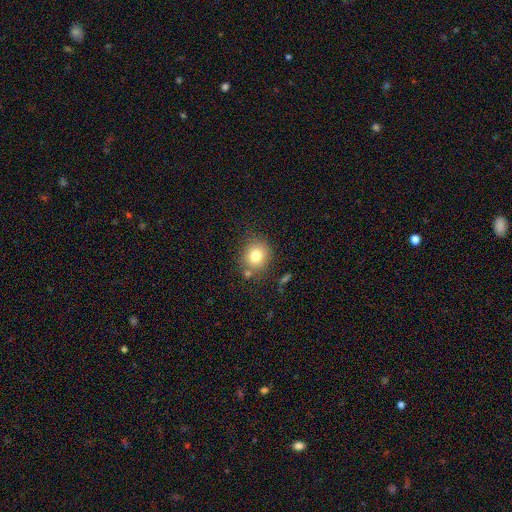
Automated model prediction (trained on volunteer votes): Morphology: type=smooth (78%); roundness=round (81%); merging=none (75%).